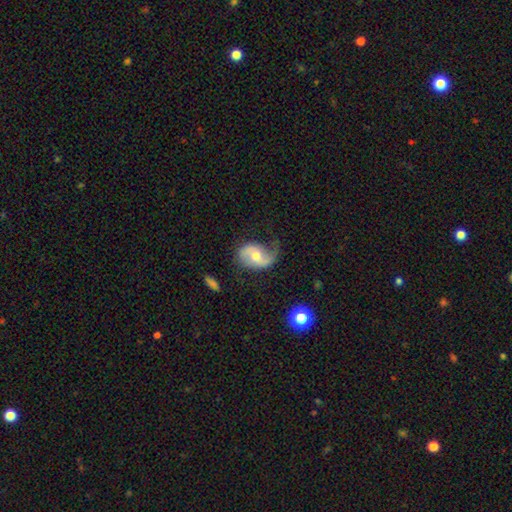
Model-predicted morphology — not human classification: This is likely a featured or disk galaxy (69%). It is clearly not viewed edge-on (96%). Bar: possibly no (49%). Spiral arm pattern: clearly yes (88%). Spiral arm count: likely 2 (75%). Spiral winding: possibly loose (53%). Central bulge: likely moderate (70%). Merging: possibly none (52%).